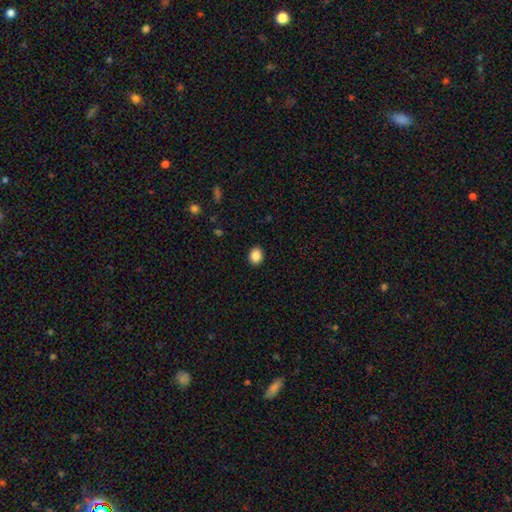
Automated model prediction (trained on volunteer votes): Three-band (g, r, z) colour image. It shows a smooth galaxy with no disk features (87%) that is round (61%). Merging: none (91%).